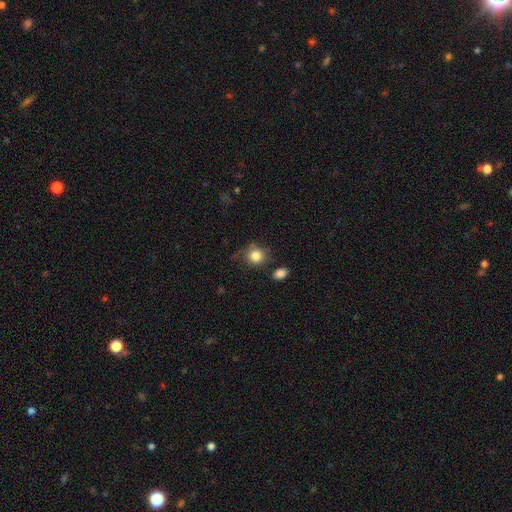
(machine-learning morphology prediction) Smooth or featured: smooth — 83% (star or artifact — 10%)
How rounded: round — 81% (in between — 18%)
Merging: none — 67% (minor disturbance — 20%)